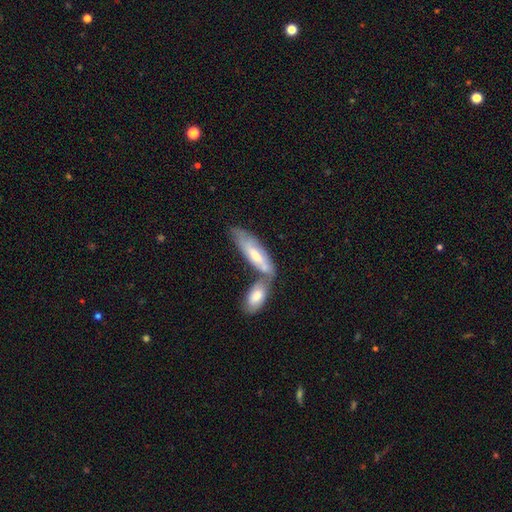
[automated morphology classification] This appears to be a smooth galaxy with no disk features (51%) that is in between round and cigar-shaped (51%). Merging: merger (52%).